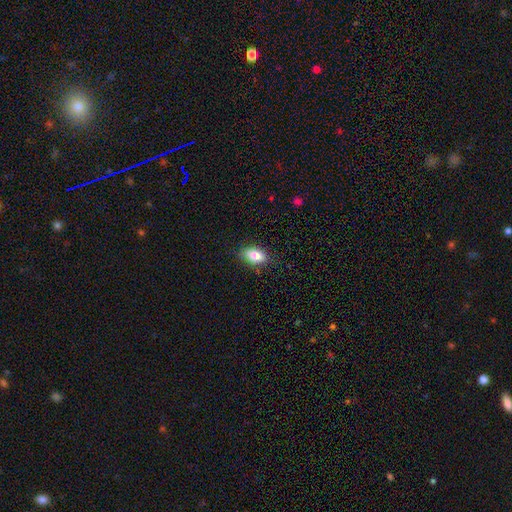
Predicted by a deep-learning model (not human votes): smooth-or-featured: smooth: 84% | star or artifact: 8% | featured or disk: 8%
  how-rounded: in between: 89% | round: 6% | cigar-shaped: 5%
  merging: none: 80% | minor disturbance: 16% | major disturbance: 3% | merger: 1%